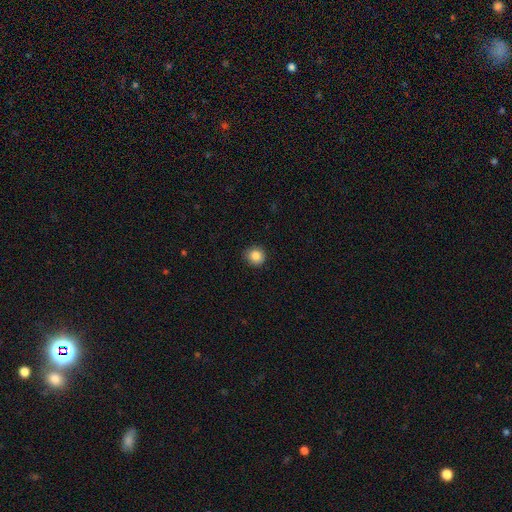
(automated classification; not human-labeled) Smooth or featured: smooth — 85% (star or artifact — 10%)
How rounded: round — 90% (in between — 9%)
Merging: none — 89% (minor disturbance — 9%)